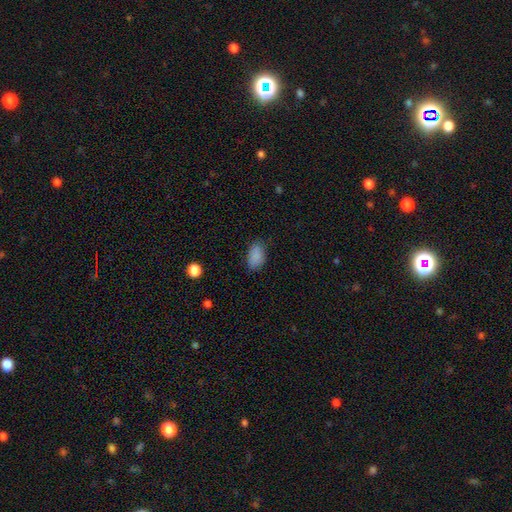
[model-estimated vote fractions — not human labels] A smooth galaxy with no disk features (86%) that is in between round and cigar-shaped (91%). Merging: none (77%).